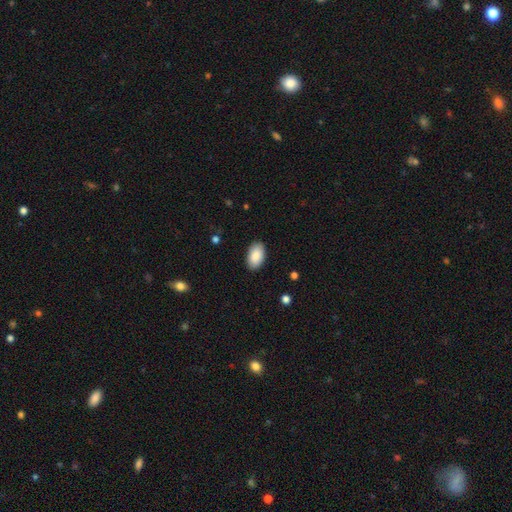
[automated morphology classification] smooth-or-featured: smooth: 89% | star or artifact: 6% | featured or disk: 5%
  how-rounded: in between: 95% | round: 4% | cigar-shaped: 1%
  merging: none: 89% | minor disturbance: 8% | major disturbance: 2% | merger: 1%